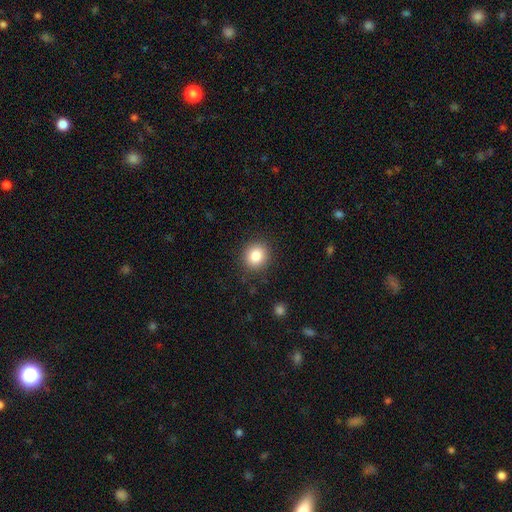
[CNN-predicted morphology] Smooth or featured?
  - smooth: 84% *
  - star or artifact: 10%
  - featured or disk: 6%
How rounded?
  - round: 86% *
  - in between: 13%
  - cigar-shaped: 1%
Merging?
  - none: 90% *
  - minor disturbance: 7%
  - major disturbance: 2%
  - merger: 1%